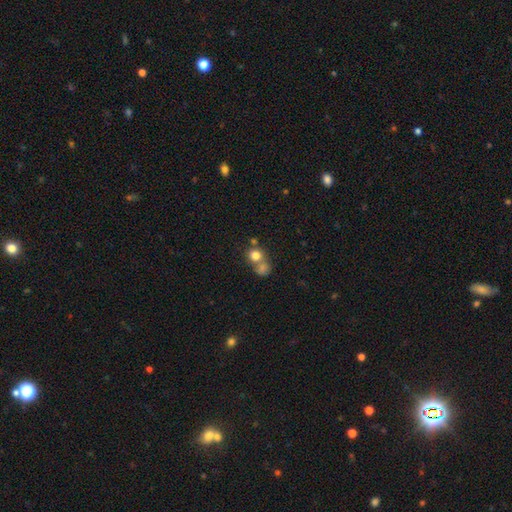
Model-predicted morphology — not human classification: Smooth or featured? Predicted: smooth (p=0.78). How rounded? Predicted: round (p=0.81). Merging? Predicted: merger (p=0.48).